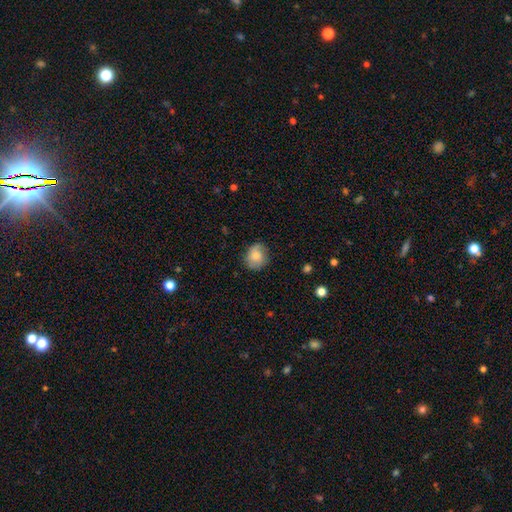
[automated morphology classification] type=smooth (69%); roundness=round (65%); merging=none (74%).